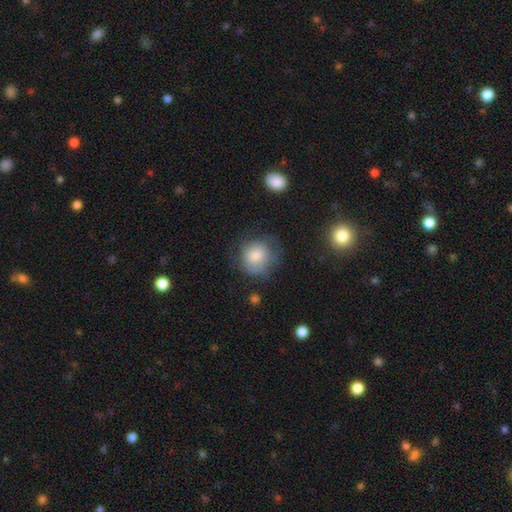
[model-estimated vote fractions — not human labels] Smooth or featured: smooth — 69% (featured or disk — 22%)
How rounded: round — 84% (in between — 15%)
Merging: none — 60% (minor disturbance — 25%)